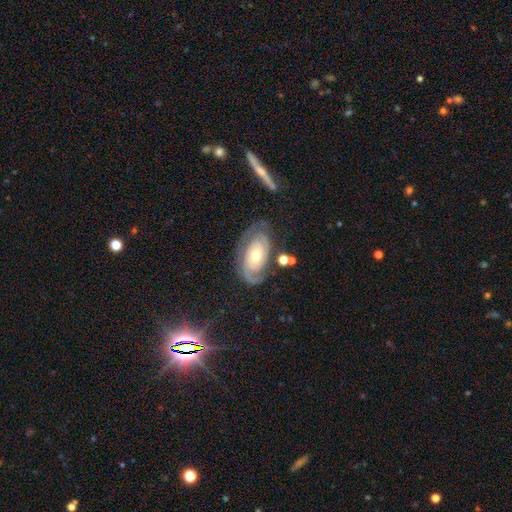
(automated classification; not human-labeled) This appears to be a featured or disk galaxy (83%) with no bar (77%), 2 (68%) tight (67%) spiral arms (93%) and a moderate central bulge (59%). Merging: none (71%).